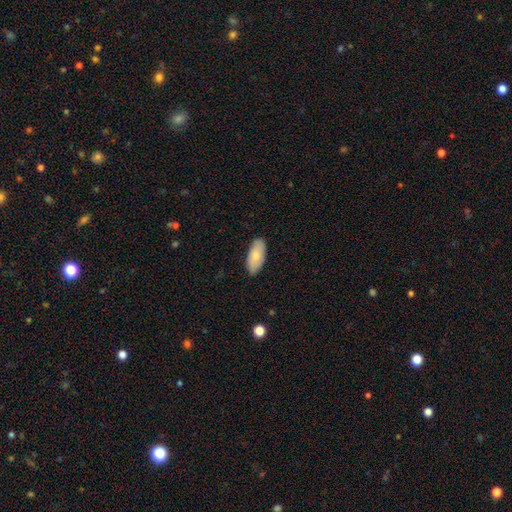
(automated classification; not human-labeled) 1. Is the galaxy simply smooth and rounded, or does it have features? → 77% smooth, 17% featured or disk, 6% star or artifact.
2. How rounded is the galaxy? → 92% in between, 6% cigar-shaped, 2% round.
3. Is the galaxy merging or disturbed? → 86% none, 11% minor disturbance, 2% major disturbance, 1% merger.